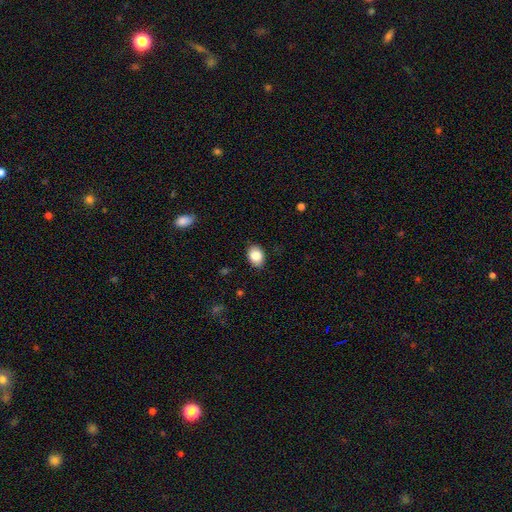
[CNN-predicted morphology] The model was most divided on "how rounded": in between: 71%, round: 28%, cigar-shaped: 1%. More confident: smooth or featured — smooth (86%); merging — none (85%).